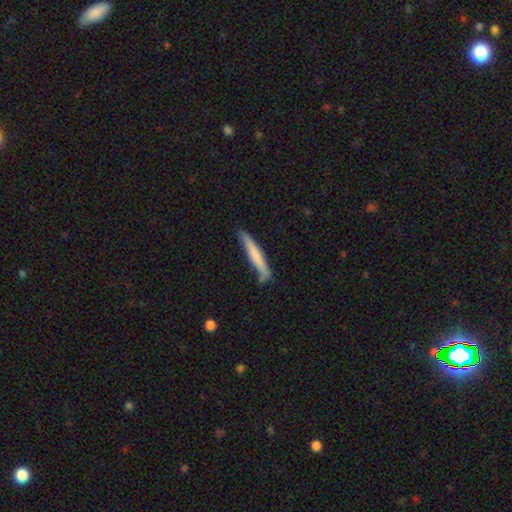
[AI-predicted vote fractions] Morphology: type=smooth (65%); roundness=cigar-shaped (95%); merging=none (77%).